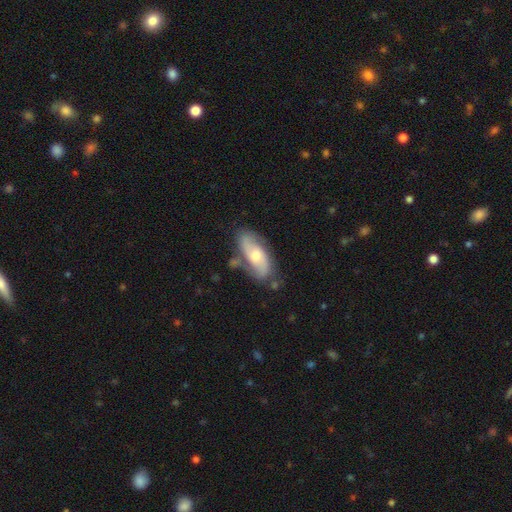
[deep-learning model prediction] Smooth or featured? featured or disk (63%)
Edge-on disk? no (89%)
Bar? no (60%)
Spiral arms? yes (84%)
Bulge size? moderate (64%)
Merging? none (68%)